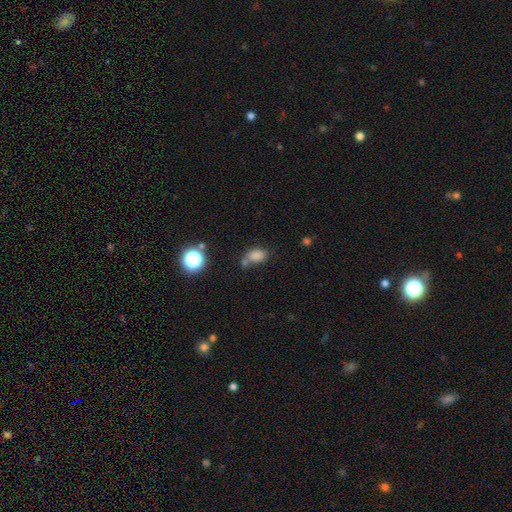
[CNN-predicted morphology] Q: Smooth or featured?
A: smooth (79%); runner-up: star or artifact (14%)
Q: How rounded?
A: in between (77%); runner-up: round (22%)
Q: Merging?
A: none (50%); runner-up: merger (26%)